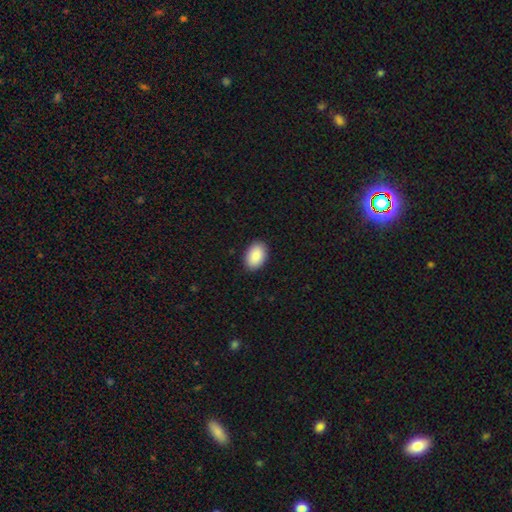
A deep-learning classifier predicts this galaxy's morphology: Q: Smooth or featured?
A: smooth (91%); runner-up: star or artifact (6%)
Q: How rounded?
A: in between (89%); runner-up: round (10%)
Q: Merging?
A: none (90%); runner-up: minor disturbance (8%)